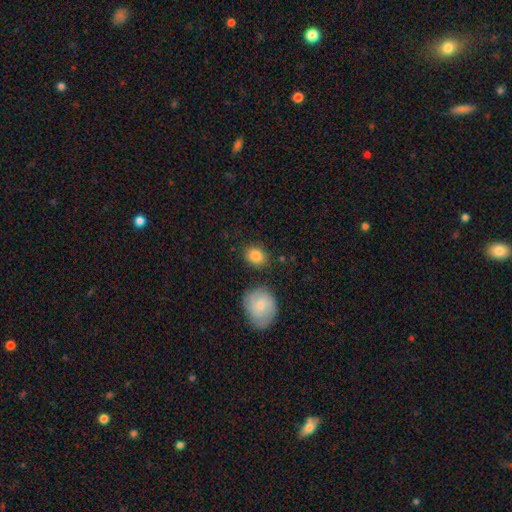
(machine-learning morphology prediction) A smooth galaxy with no disk features (83%) that is in between round and cigar-shaped (54%). Merging: none (79%).